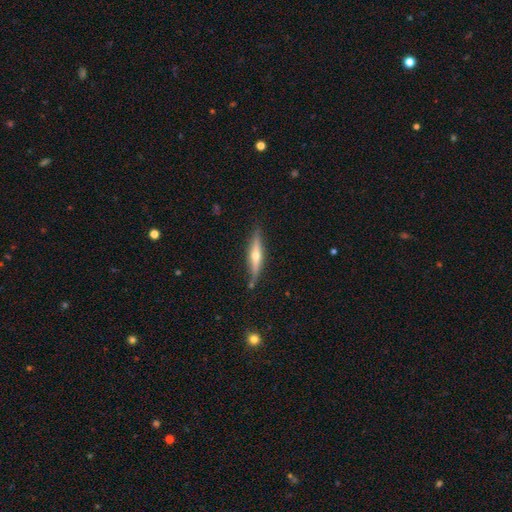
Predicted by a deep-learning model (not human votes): The model was most divided on "smooth or featured": featured or disk: 70%, smooth: 24%, star or artifact: 6%. More confident: edge-on disk — yes (95%); edge-on bulge — rounded (90%); merging — none (81%).